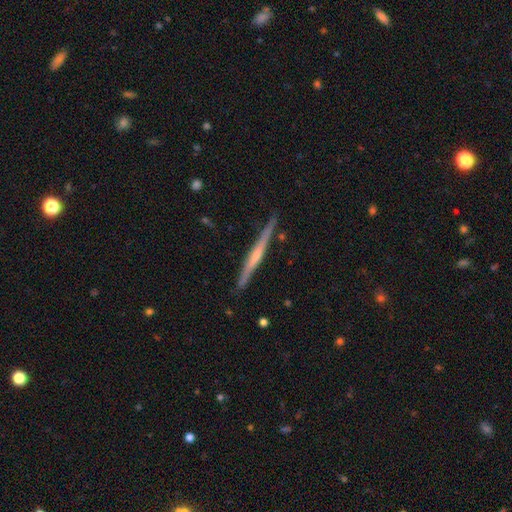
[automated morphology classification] Smooth or featured?
  - featured or disk: 70% *
  - smooth: 25%
  - star or artifact: 5%
Edge-on disk?
  - yes: 98% *
  - no: 2%
Edge-on bulge?
  - rounded: 47% *
  - none: 44%
  - boxy: 9%
Merging?
  - none: 88% *
  - minor disturbance: 9%
  - merger: 1%
  - major disturbance: 1%